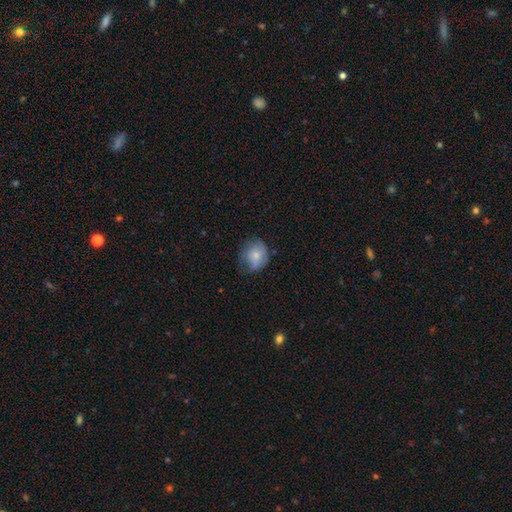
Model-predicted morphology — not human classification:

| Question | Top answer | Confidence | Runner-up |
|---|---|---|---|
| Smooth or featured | smooth | 73% | featured or disk (18%) |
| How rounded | round | 72% | in between (27%) |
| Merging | none | 50% | minor disturbance (34%) |